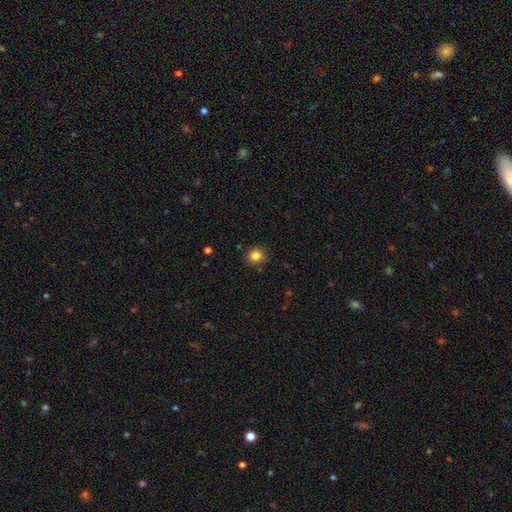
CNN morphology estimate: This appears to be a smooth galaxy with no disk features (83%) that is round (85%). Merging: none (85%).